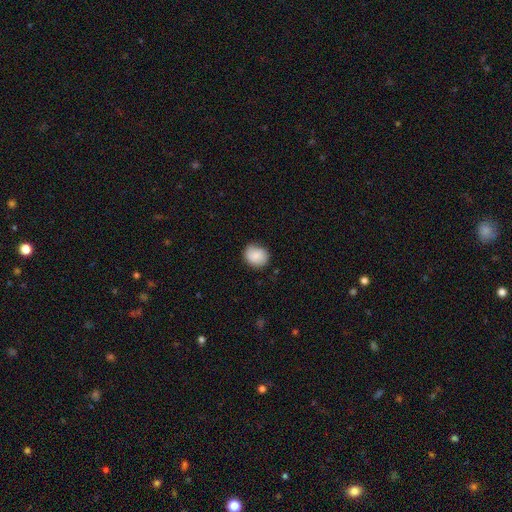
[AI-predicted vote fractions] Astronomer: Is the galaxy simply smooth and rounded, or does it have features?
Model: smooth — 86%.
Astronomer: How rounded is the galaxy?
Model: round — 61% (runner-up: in between, 38%).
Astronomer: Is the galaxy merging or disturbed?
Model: none — 79%.